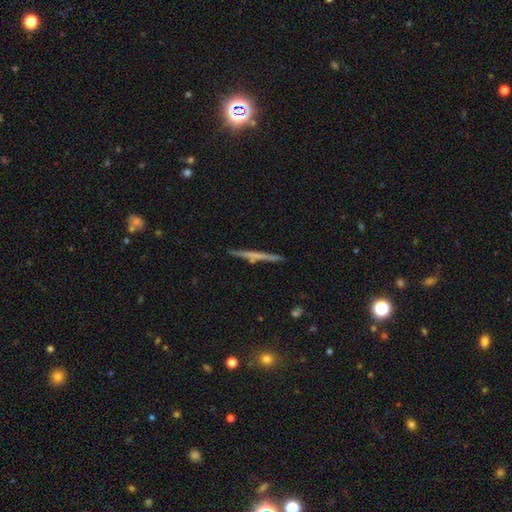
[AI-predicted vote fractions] This is possibly a featured or disk galaxy (55%). It is clearly viewed edge-on (97%). Edge-on bulge: likely none (78%). Merging: clearly none (89%).